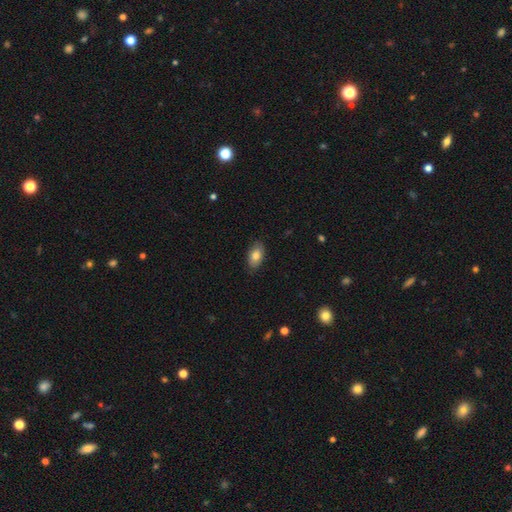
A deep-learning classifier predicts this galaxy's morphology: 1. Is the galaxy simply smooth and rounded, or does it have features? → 80% smooth, 13% featured or disk, 7% star or artifact.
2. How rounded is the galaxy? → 92% in between, 5% round, 2% cigar-shaped.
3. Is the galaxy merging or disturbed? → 85% none, 12% minor disturbance, 2% major disturbance, 1% merger.